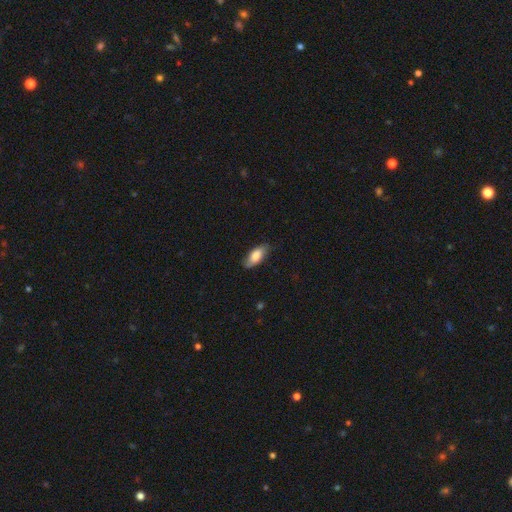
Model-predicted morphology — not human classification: A smooth galaxy with no disk features (76%) that is in between round and cigar-shaped (84%). Merging: none (77%).